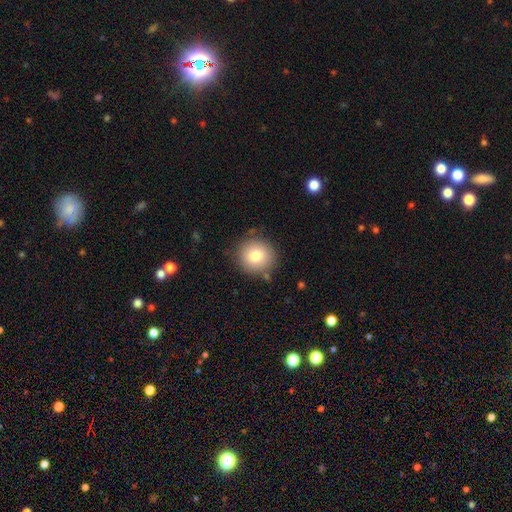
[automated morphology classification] type=smooth (79%); roundness=round (91%); merging=none (84%).